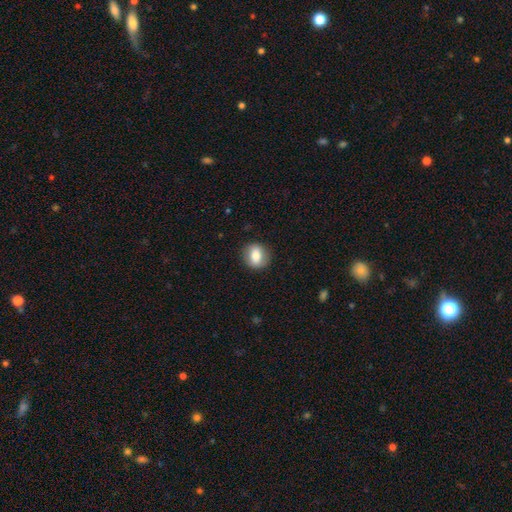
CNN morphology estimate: This is likely a smooth galaxy (74%). How rounded: likely round (71%). Merging: clearly none (85%).